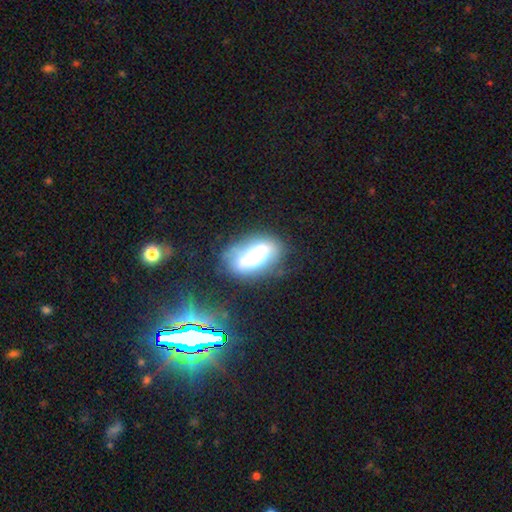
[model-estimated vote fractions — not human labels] A smooth galaxy with no disk features (49%). Merging: none (52%).